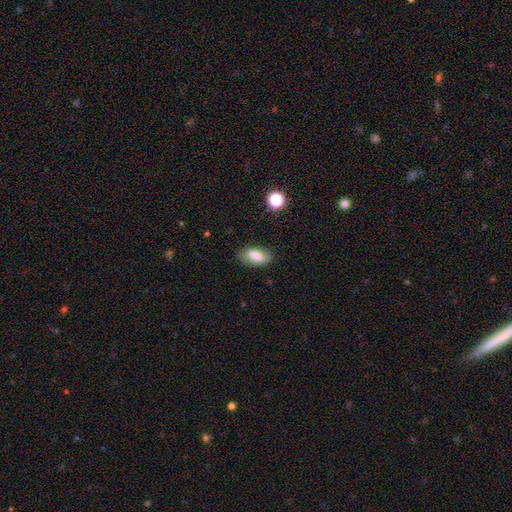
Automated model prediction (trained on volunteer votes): A smooth galaxy with no disk features (78%) that is in between round and cigar-shaped (91%). Merging: none (76%).